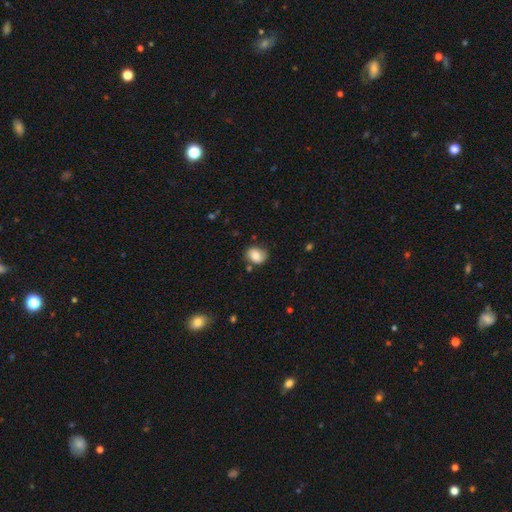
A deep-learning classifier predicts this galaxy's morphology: Overall: smooth (76%). How rounded: in between (53%; round 46%). Merging: none (71%).